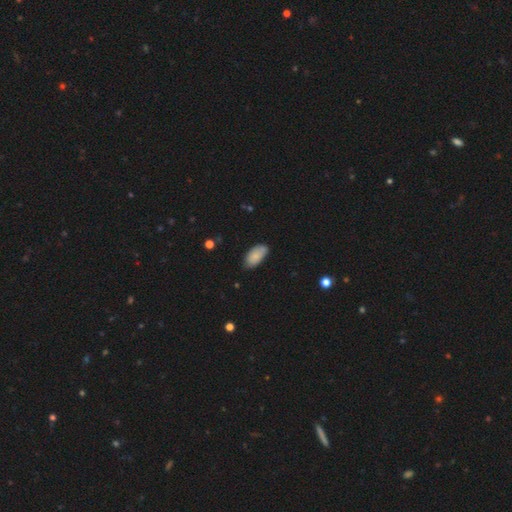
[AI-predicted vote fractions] Smooth or featured? smooth (84%)
How rounded? in between (94%)
Merging? none (72%)